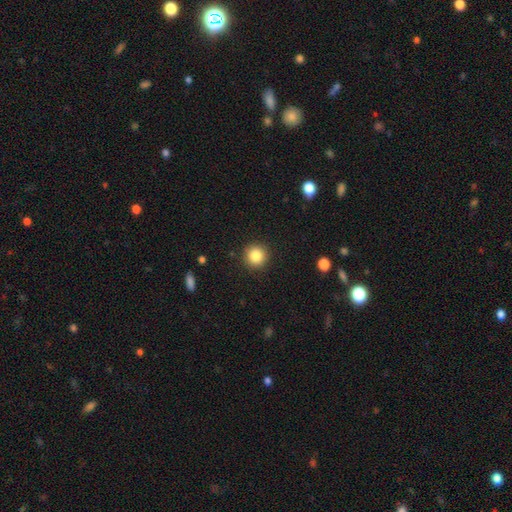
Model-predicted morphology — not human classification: smooth 85%, star or artifact 10%, featured or disk 5%. Down the decision tree: how rounded — round (94%); merging — none (92%).